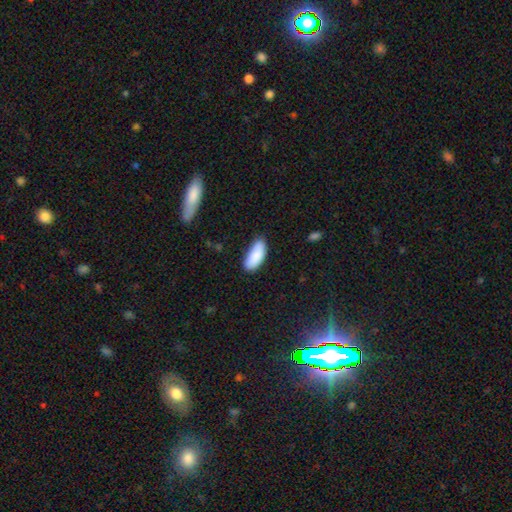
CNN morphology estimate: type=smooth (88%); roundness=in between (86%); merging=none (72%).